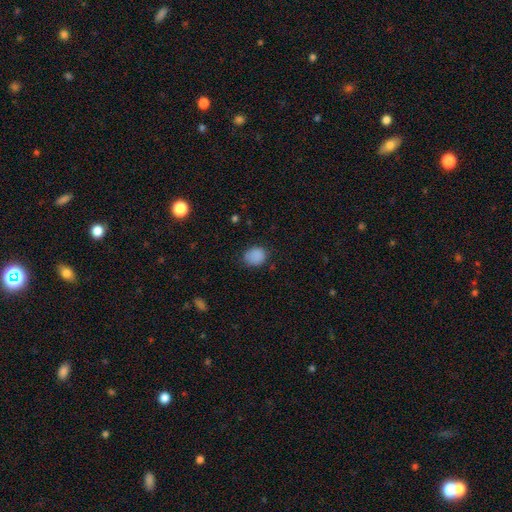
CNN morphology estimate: This is clearly a smooth galaxy (86%). How rounded: likely round (66%). Merging: likely none (74%).